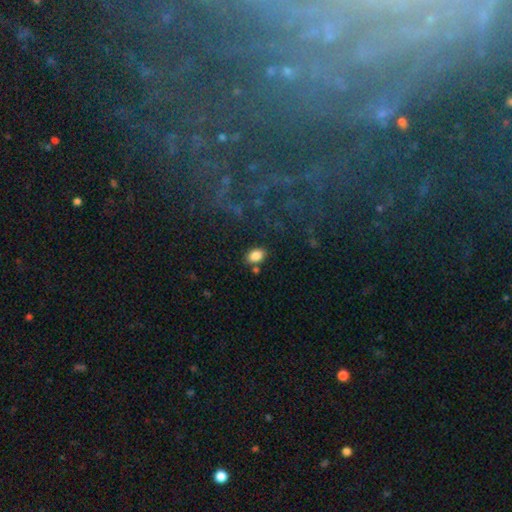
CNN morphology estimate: This appears to be a smooth galaxy with no disk features (85%) that is in between round and cigar-shaped (83%). Merging: none (80%).